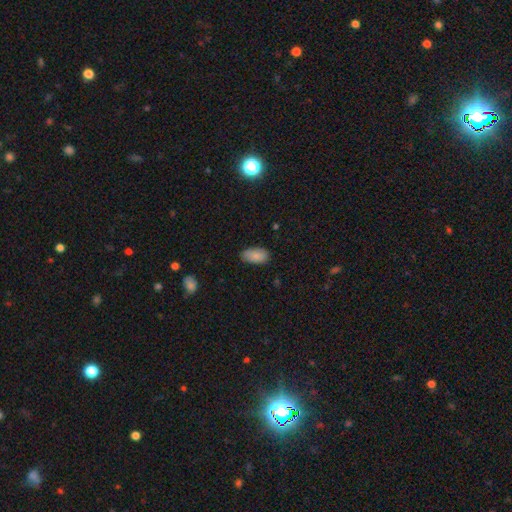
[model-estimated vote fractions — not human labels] A smooth galaxy with no disk features (85%) that is in between round and cigar-shaped (94%). Merging: none (75%).